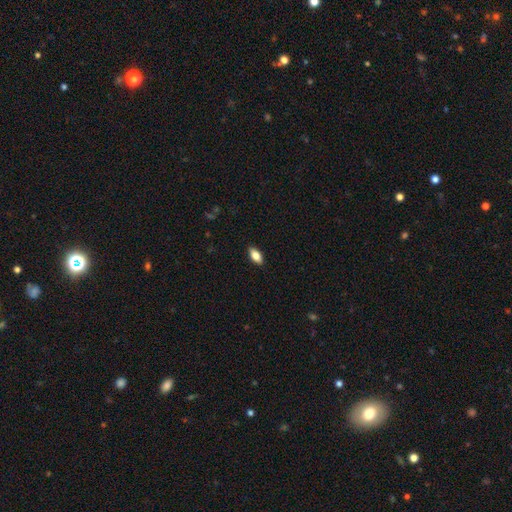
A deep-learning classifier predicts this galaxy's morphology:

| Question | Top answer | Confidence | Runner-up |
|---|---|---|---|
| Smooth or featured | smooth | 77% | featured or disk (16%) |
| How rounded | in between | 87% | cigar-shaped (10%) |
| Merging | none | 89% | minor disturbance (8%) |